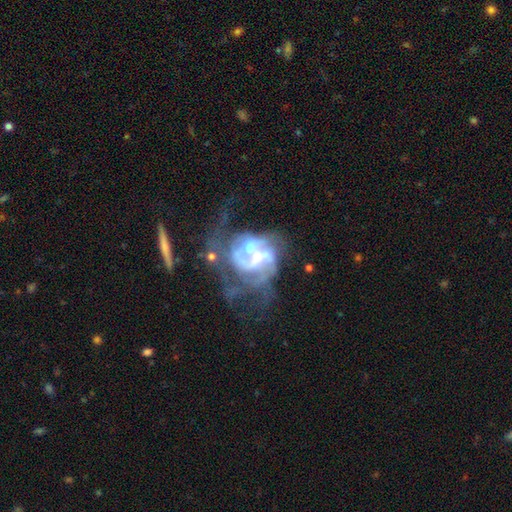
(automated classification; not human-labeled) smooth-or-featured: featured or disk: 84% | smooth: 9% | star or artifact: 7%
  disk-edge-on: no: 98% | yes: 2%
    bar: no: 52% | weak: 34% | strong: 14%
    has-spiral-arms: yes: 81% | no: 19%
      spiral-winding: medium: 44% | loose: 30% | tight: 26%
      spiral-arm-count: 2: 43% | can't tell: 27% | 3: 16% | 1: 6% | 4: 4% | more than 4: 3%
    bulge-size: moderate: 50% | small: 34% | none: 8% | large: 6% | dominant: 2%
  merging: merger: 41% | major disturbance: 29% | none: 19% | minor disturbance: 11%